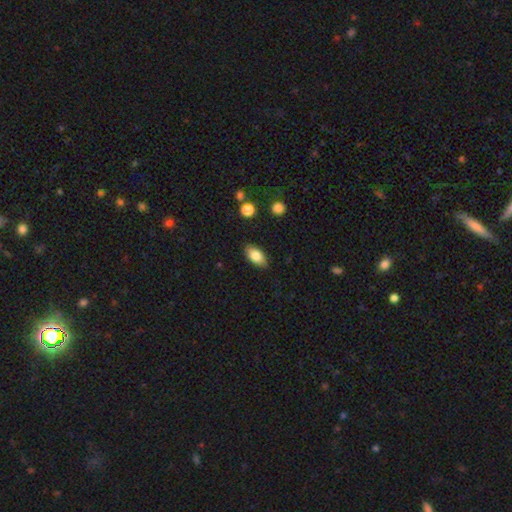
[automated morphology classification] Q: Smooth or featured?
A: smooth (82%); runner-up: featured or disk (11%)
Q: How rounded?
A: in between (92%); runner-up: round (4%)
Q: Merging?
A: none (86%); runner-up: minor disturbance (10%)